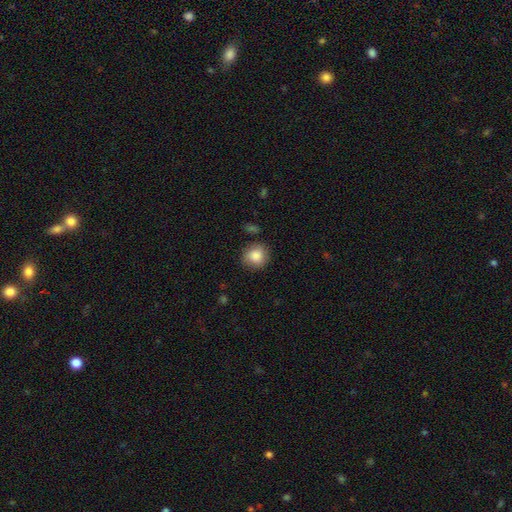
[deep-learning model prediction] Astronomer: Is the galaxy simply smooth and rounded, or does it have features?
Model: smooth — 87%.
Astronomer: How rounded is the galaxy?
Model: round — 85%.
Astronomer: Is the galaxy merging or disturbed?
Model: none — 80%.